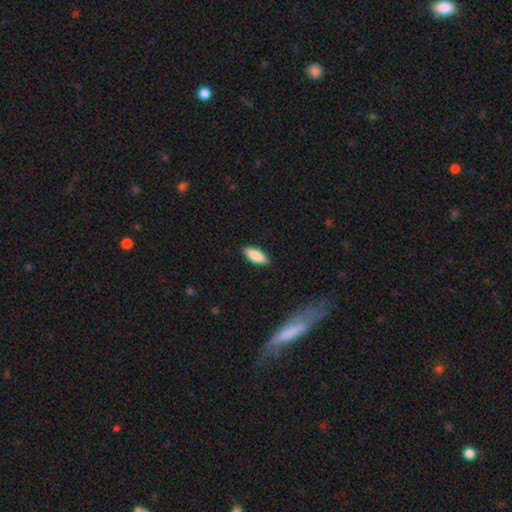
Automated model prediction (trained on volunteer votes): Smooth or featured?
  - smooth: 85% *
  - featured or disk: 9%
  - star or artifact: 6%
How rounded?
  - in between: 78% *
  - cigar-shaped: 20%
  - round: 2%
Merging?
  - none: 87% *
  - minor disturbance: 10%
  - major disturbance: 2%
  - merger: 1%